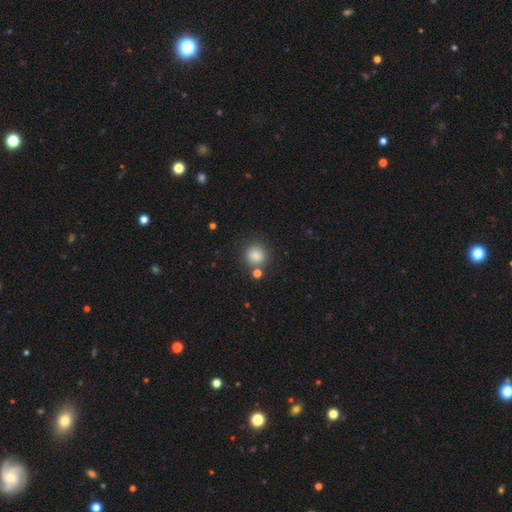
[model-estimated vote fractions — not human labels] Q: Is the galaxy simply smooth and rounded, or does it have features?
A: smooth — 85%.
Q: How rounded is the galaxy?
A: round — 85%.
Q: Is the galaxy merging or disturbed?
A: none — 77%.